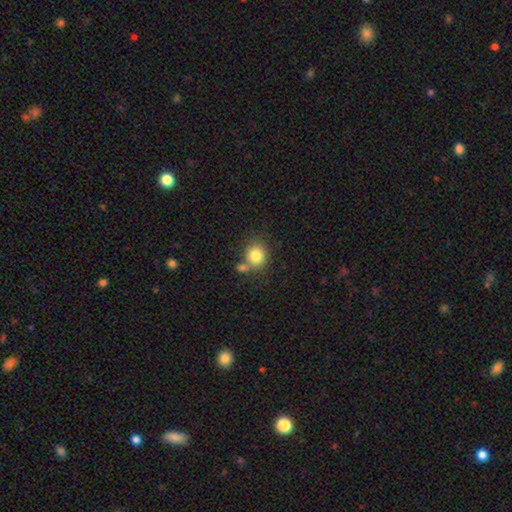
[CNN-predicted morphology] Q: Smooth or featured?
A: smooth (81%); runner-up: star or artifact (10%)
Q: How rounded?
A: round (77%); runner-up: in between (22%)
Q: Merging?
A: none (58%); runner-up: merger (26%)